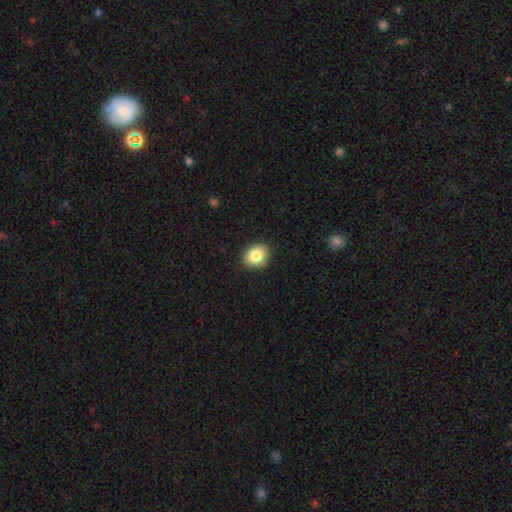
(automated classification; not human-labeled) Q: Smooth or featured?
A: smooth (84%); runner-up: star or artifact (9%)
Q: How rounded?
A: in between (52%); runner-up: round (47%)
Q: Merging?
A: none (88%); runner-up: minor disturbance (9%)